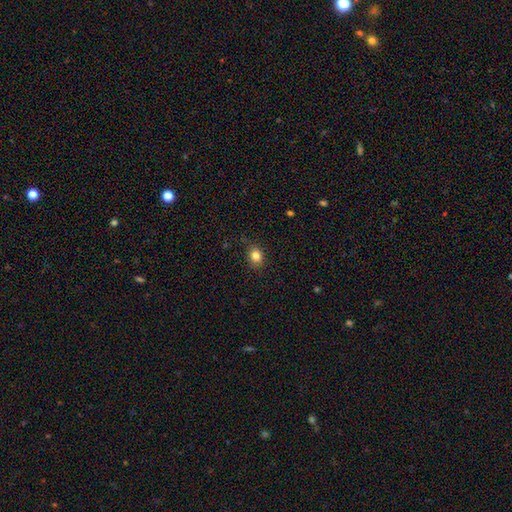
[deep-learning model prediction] The model was most divided on "how rounded": round: 55%, in between: 44%, cigar-shaped: 1%. More confident: merging — none (85%); smooth or featured — smooth (82%).